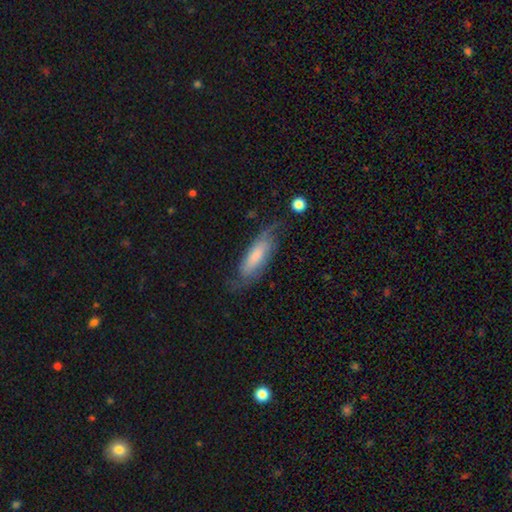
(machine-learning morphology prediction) This is possibly a featured or disk galaxy (51%). It is likely not viewed edge-on (78%). Merging: likely none (64%).